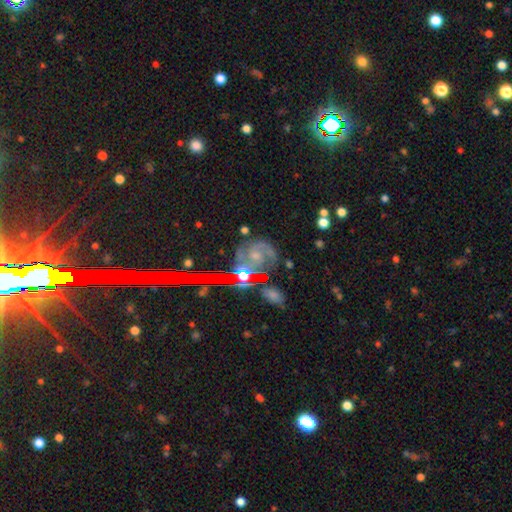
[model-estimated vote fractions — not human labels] smooth-or-featured: featured or disk: 72% | star or artifact: 15% | smooth: 12%
  disk-edge-on: no: 96% | yes: 4%
    bar: no: 62% | weak: 29% | strong: 10%
    has-spiral-arms: yes: 94% | no: 6%
      spiral-winding: medium: 45% | tight: 43% | loose: 12%
      spiral-arm-count: 2: 62% | can't tell: 14% | 3: 11% | 1: 6% | 4: 3% | more than 4: 3%
    bulge-size: small: 47% | moderate: 40% | none: 7% | large: 4% | dominant: 2%
  merging: none: 60% | minor disturbance: 18% | major disturbance: 13% | merger: 9%